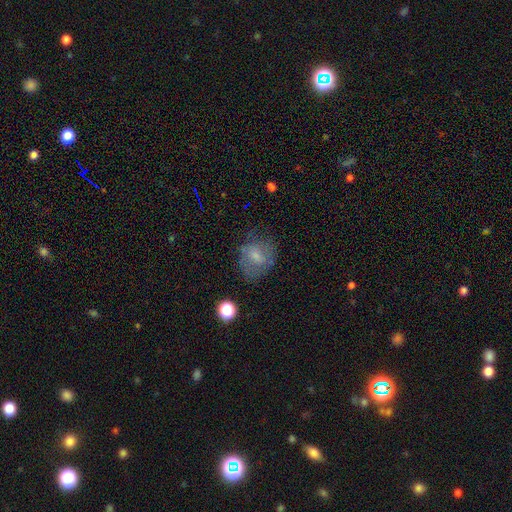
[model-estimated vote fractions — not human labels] smooth 57%, featured or disk 33%, star or artifact 11%. Down the decision tree: how rounded — round (57%); merging — none (57%).